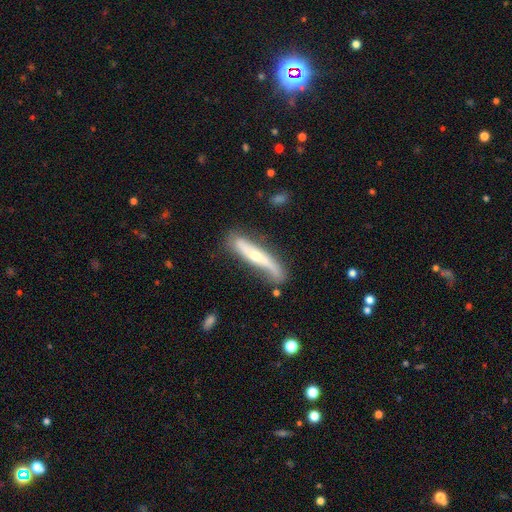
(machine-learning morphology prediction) smooth_or_featured: featured or disk (p=0.63) [alt: smooth p=0.32]
disk_edge_on: yes (p=0.69) [alt: no p=0.31]
merging: none (p=0.67) [alt: minor disturbance p=0.23]